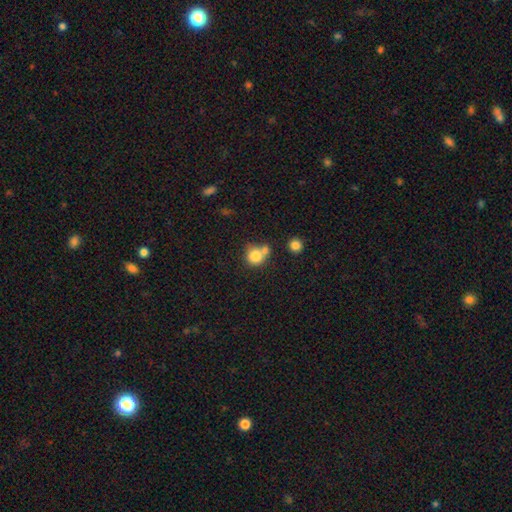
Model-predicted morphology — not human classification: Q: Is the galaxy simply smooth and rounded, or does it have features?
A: smooth — 80%.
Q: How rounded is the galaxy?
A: round — 86%.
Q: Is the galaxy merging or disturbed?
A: none — 48%.